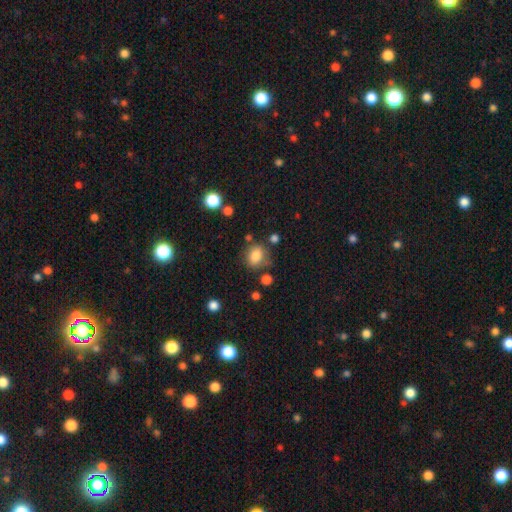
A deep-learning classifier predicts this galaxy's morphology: Smooth or featured? Predicted: smooth (p=0.81). How rounded? Predicted: round (p=0.51). Merging? Predicted: none (p=0.67).